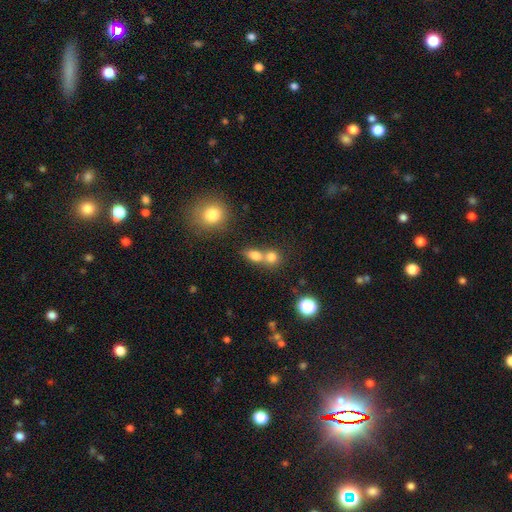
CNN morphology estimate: A smooth galaxy with no disk features (77%) that is in between round and cigar-shaped (51%). Merging: merger (55%).